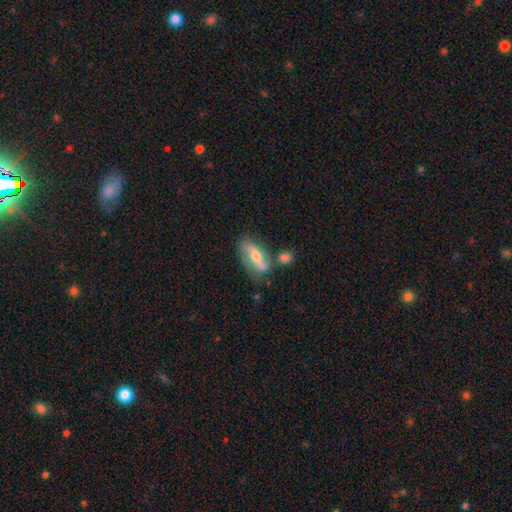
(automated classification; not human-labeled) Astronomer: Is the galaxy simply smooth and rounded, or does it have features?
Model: featured or disk — 63%.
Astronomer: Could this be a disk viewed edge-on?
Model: no — 81%.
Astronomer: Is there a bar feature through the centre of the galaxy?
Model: no — 37% (runner-up: strong, 34%).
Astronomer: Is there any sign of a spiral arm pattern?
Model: yes — 82%.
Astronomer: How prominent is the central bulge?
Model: moderate — 65%.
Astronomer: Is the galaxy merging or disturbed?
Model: none — 63%.